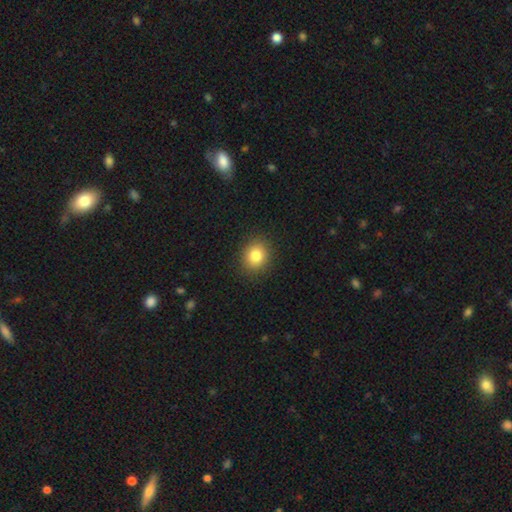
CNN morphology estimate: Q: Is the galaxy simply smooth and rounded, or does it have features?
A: smooth — 82%.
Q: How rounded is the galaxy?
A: round — 74%.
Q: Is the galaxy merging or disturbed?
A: none — 90%.